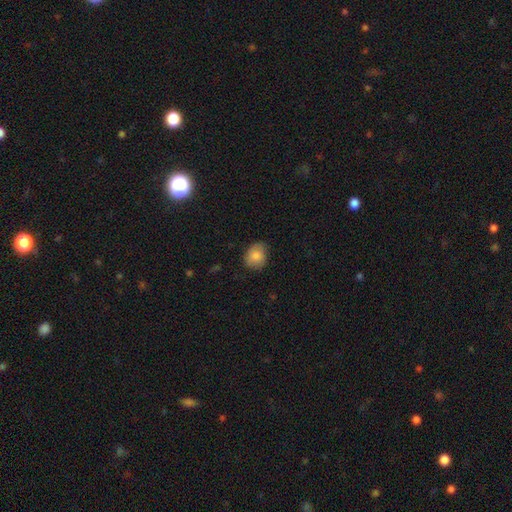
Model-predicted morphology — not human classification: Q: Smooth or featured?
A: smooth (84%); runner-up: featured or disk (9%)
Q: How rounded?
A: round (54%); runner-up: in between (45%)
Q: Merging?
A: none (71%); runner-up: minor disturbance (23%)